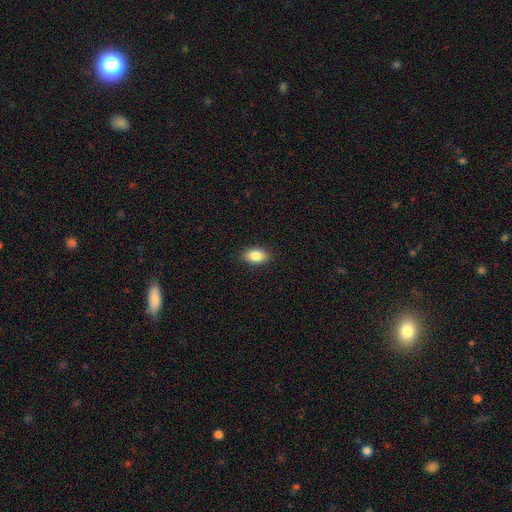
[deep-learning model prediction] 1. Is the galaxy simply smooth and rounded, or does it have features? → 86% smooth, 8% star or artifact, 6% featured or disk.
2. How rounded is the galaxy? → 89% in between, 9% round, 2% cigar-shaped.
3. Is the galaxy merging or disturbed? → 89% none, 8% minor disturbance, 2% major disturbance, 1% merger.